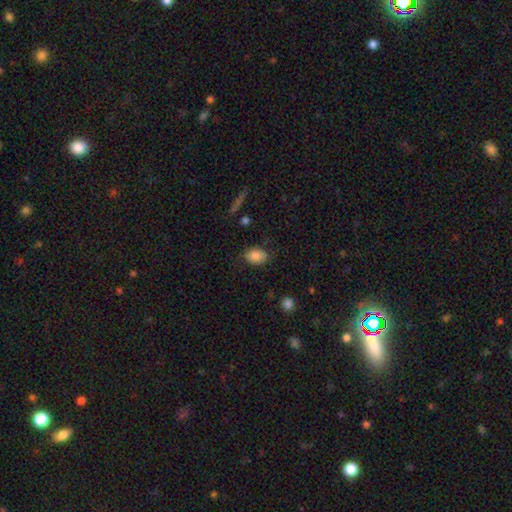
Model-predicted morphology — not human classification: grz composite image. It shows a smooth galaxy with no disk features (83%) that is in between round and cigar-shaped (80%). Merging: none (78%).